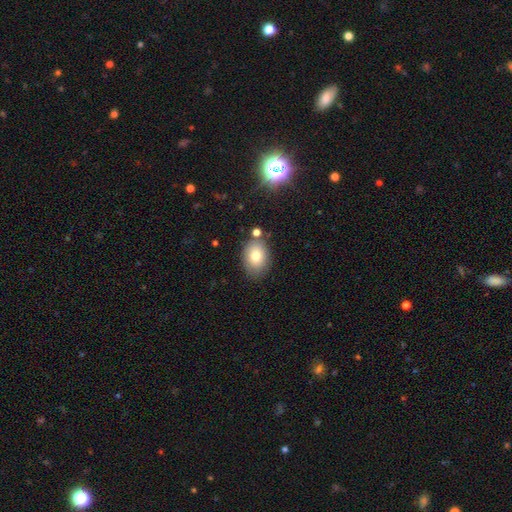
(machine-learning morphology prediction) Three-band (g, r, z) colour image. It shows a smooth galaxy with no disk features (79%) that is in between round and cigar-shaped (78%). Merging: none (76%).